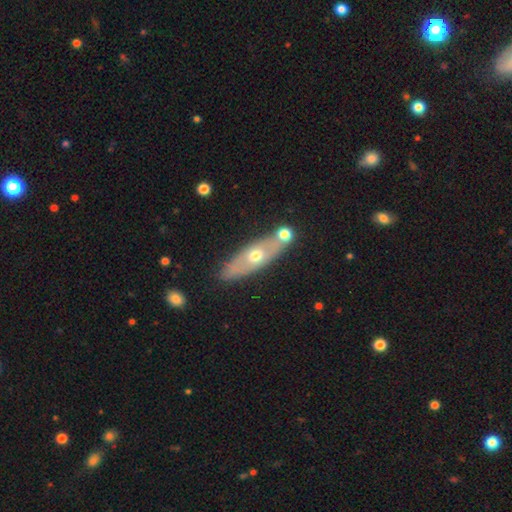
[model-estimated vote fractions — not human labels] Morphology: type=featured or disk (52%); edge-on=no (59%); merging=none (73%).